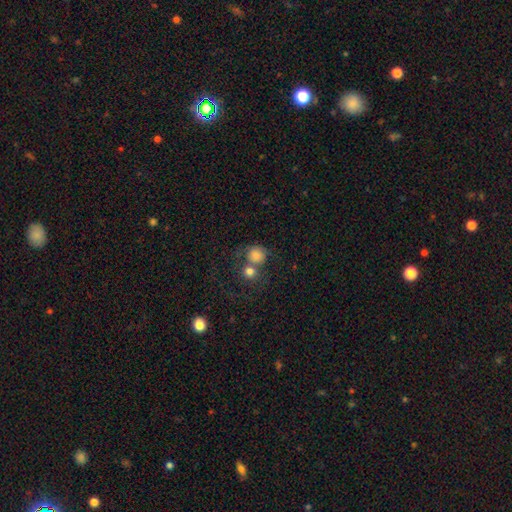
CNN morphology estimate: Smooth or featured: smooth — 79% (star or artifact — 11%)
How rounded: round — 83% (in between — 16%)
Merging: merger — 43% (none — 40%)